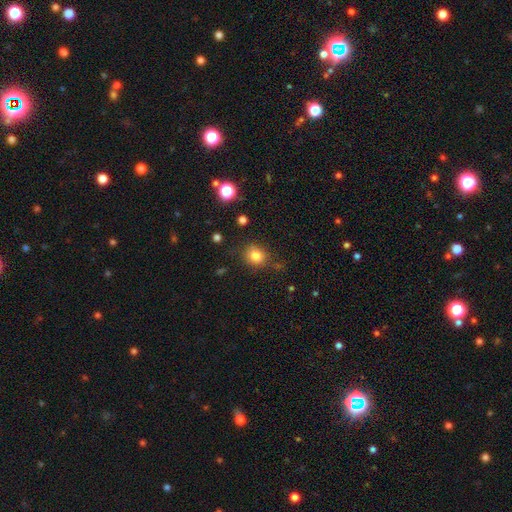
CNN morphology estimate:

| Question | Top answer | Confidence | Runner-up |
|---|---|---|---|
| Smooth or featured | smooth | 82% | star or artifact (12%) |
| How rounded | round | 74% | in between (25%) |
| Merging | none | 77% | minor disturbance (15%) |